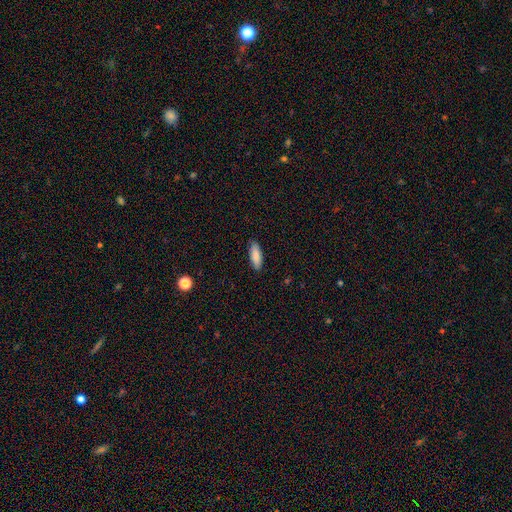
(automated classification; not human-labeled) Overall: smooth (87%). How rounded: in between (61%; cigar-shaped 37%). Merging: none (88%).